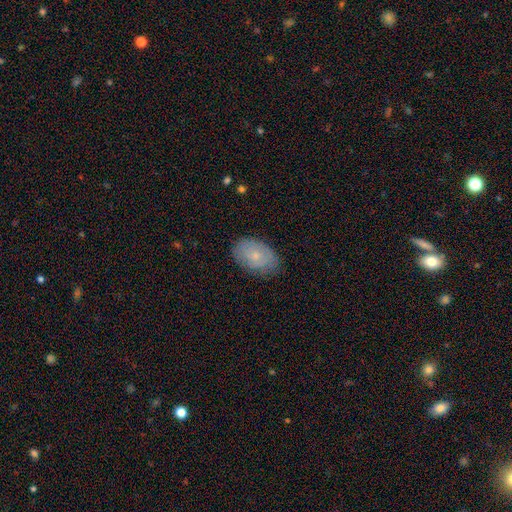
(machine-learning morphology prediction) Smooth or featured: smooth — 62% (featured or disk — 31%)
How rounded: in between — 89% (round — 10%)
Merging: none — 80% (minor disturbance — 16%)